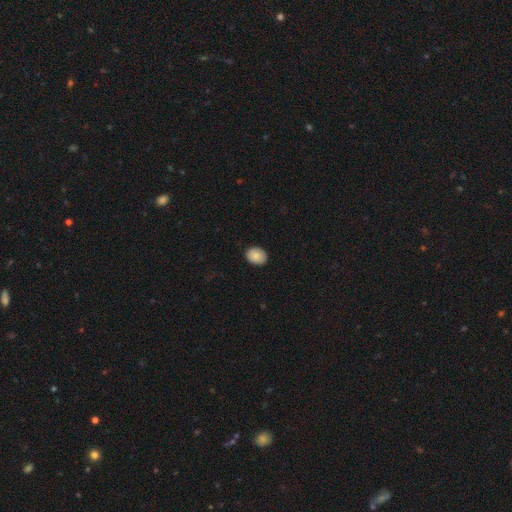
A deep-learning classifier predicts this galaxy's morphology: Smooth or featured: smooth — 88% (star or artifact — 7%)
How rounded: in between — 69% (round — 30%)
Merging: none — 88% (minor disturbance — 9%)